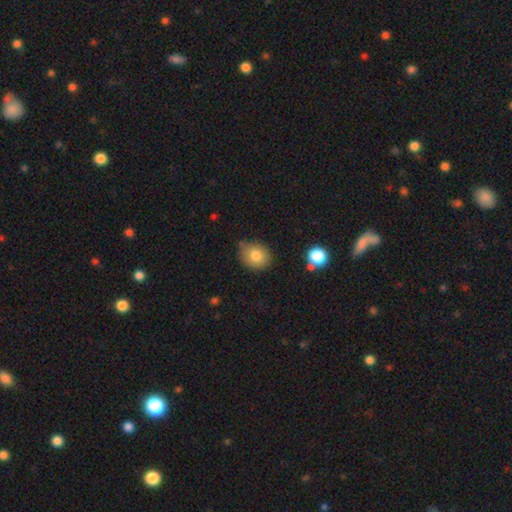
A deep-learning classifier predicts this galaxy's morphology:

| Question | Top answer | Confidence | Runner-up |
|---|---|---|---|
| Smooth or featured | smooth | 80% | featured or disk (11%) |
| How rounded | round | 68% | in between (31%) |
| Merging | none | 69% | minor disturbance (23%) |